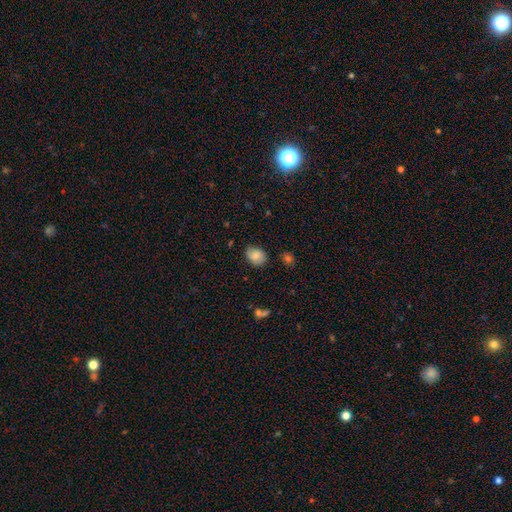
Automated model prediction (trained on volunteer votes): The model was most divided on "how rounded": in between: 65%, round: 34%, cigar-shaped: 1%. More confident: smooth or featured — smooth (78%); merging — none (70%).